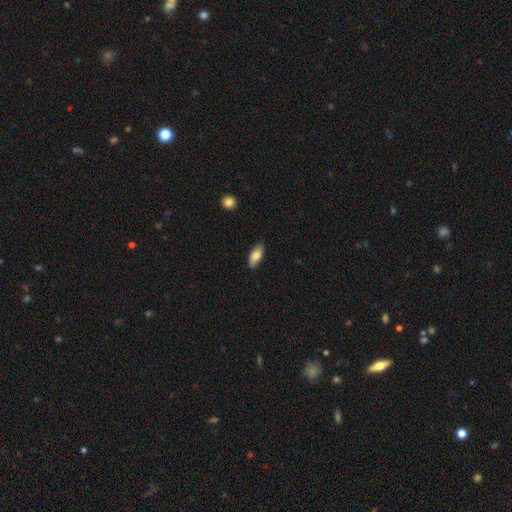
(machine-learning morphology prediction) Q: Smooth or featured?
A: smooth (82%); runner-up: featured or disk (12%)
Q: How rounded?
A: in between (88%); runner-up: cigar-shaped (9%)
Q: Merging?
A: none (86%); runner-up: minor disturbance (11%)